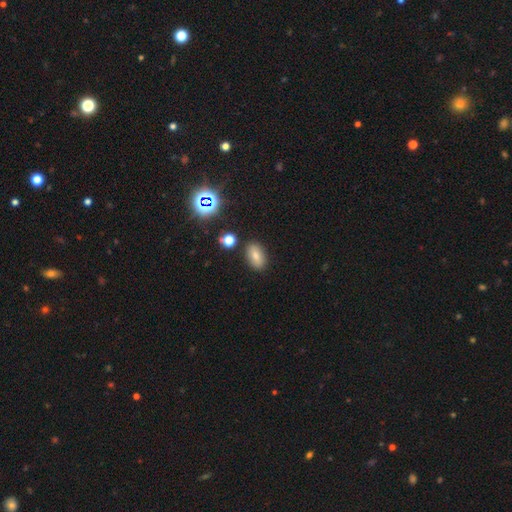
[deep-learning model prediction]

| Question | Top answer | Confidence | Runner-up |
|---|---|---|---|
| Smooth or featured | smooth | 78% | star or artifact (13%) |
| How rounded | in between | 89% | round (8%) |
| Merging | none | 85% | minor disturbance (9%) |